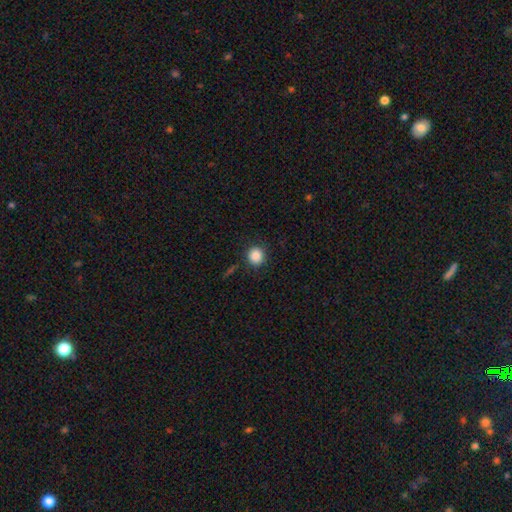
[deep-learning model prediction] Smooth or featured? smooth (87%)
How rounded? round (89%)
Merging? none (87%)